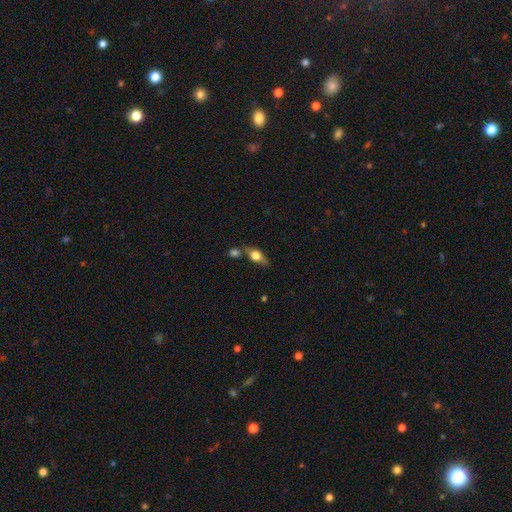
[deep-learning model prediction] smooth_or_featured: smooth (p=0.68) [alt: featured or disk p=0.24]
how_rounded: in between (p=0.72) [alt: round p=0.17]
merging: none (p=0.52) [alt: merger p=0.25]